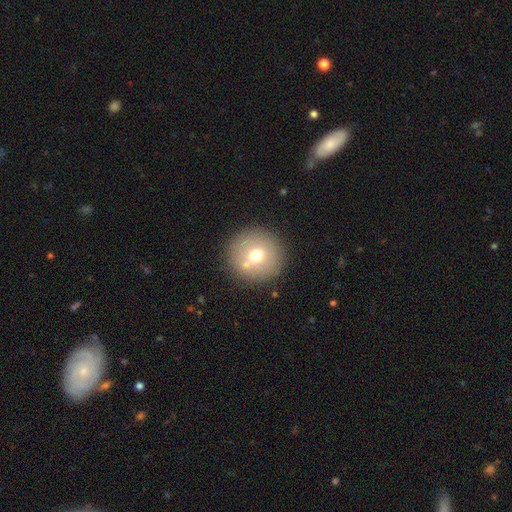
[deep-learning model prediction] This appears to be a smooth galaxy with no disk features (66%) that is round (94%). Merging: none (81%).